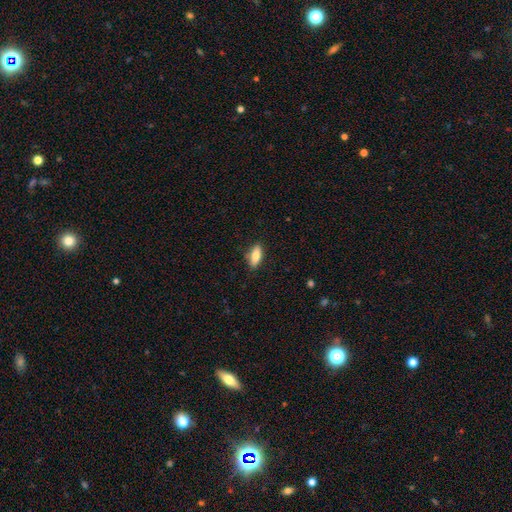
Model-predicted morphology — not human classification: Smooth or featured? Predicted: smooth (p=0.75). How rounded? Predicted: in between (p=0.73). Merging? Predicted: none (p=0.83).